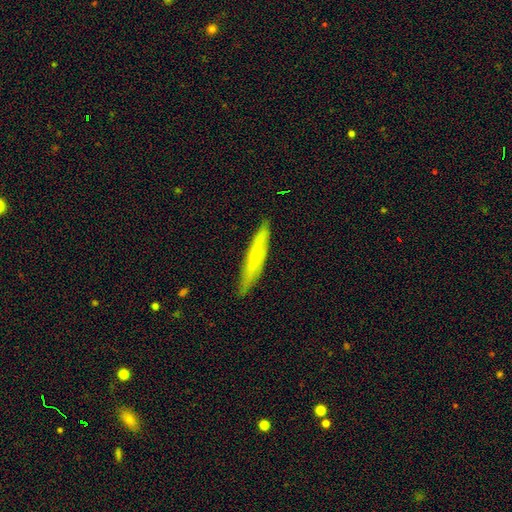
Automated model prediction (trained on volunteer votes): smooth_or_featured: smooth (p=0.54) [alt: featured or disk p=0.40]
how_rounded: cigar-shaped (p=0.90) [alt: in between p=0.09]
merging: none (p=0.84) [alt: minor disturbance p=0.13]